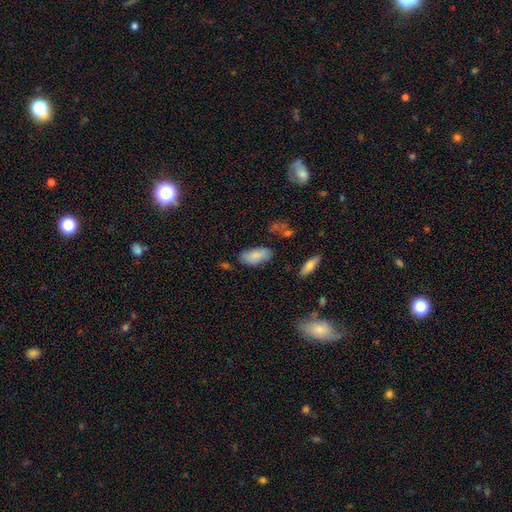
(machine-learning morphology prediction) Smooth or featured? Predicted: smooth (p=0.84). How rounded? Predicted: in between (p=0.90). Merging? Predicted: none (p=0.74).